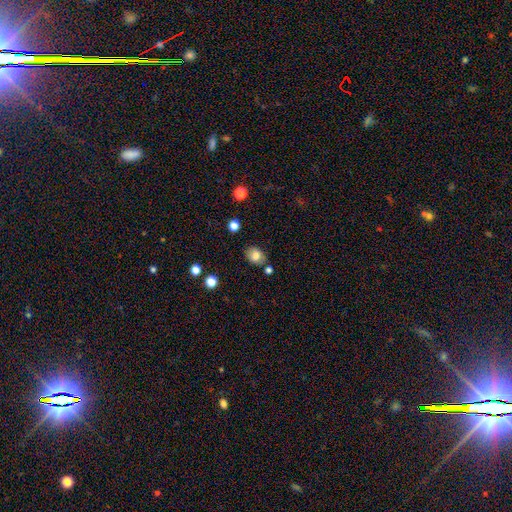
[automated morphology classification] Smooth or featured: smooth — 78% (featured or disk — 12%)
How rounded: in between — 62% (round — 37%)
Merging: none — 76% (minor disturbance — 15%)